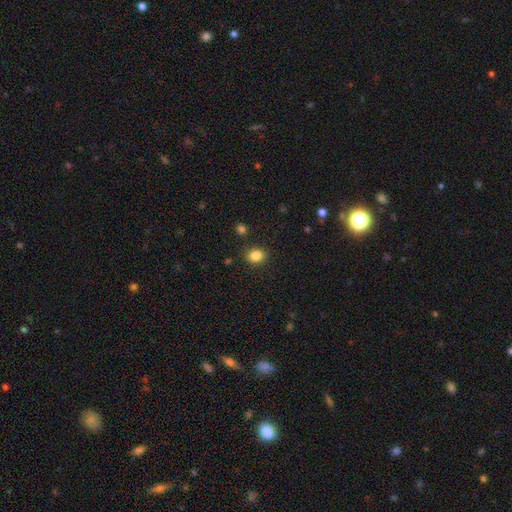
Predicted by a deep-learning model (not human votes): Smooth or featured? Predicted: smooth (p=0.84). How rounded? Predicted: round (p=0.56). Merging? Predicted: none (p=0.87).